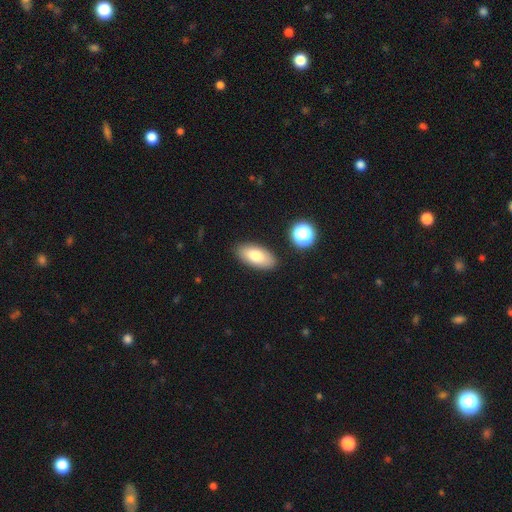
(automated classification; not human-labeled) smooth_or_featured: smooth (p=0.78) [alt: featured or disk p=0.15]
how_rounded: in between (p=0.90) [alt: cigar-shaped p=0.07]
merging: none (p=0.87) [alt: minor disturbance p=0.09]